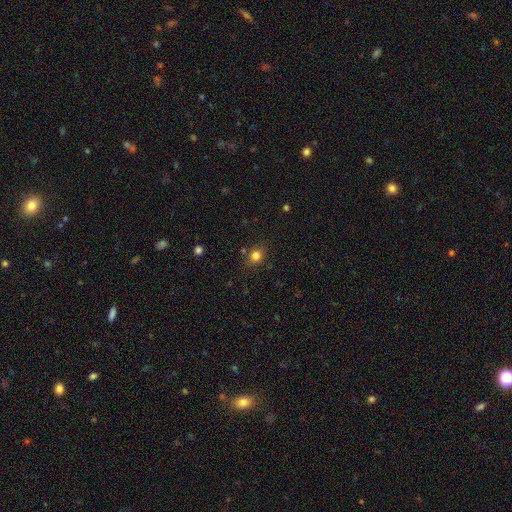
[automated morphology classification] smooth-or-featured: smooth: 80% | star or artifact: 13% | featured or disk: 7%
  how-rounded: round: 68% | in between: 31% | cigar-shaped: 1%
  merging: none: 81% | minor disturbance: 12% | merger: 4% | major disturbance: 3%